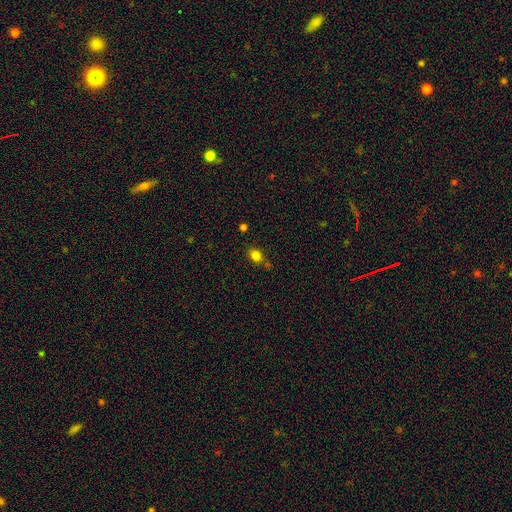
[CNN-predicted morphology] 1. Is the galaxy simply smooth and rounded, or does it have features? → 81% smooth, 13% star or artifact, 6% featured or disk.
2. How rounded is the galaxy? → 52% in between, 47% round, 1% cigar-shaped.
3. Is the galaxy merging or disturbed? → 70% none, 16% minor disturbance, 9% merger, 4% major disturbance.